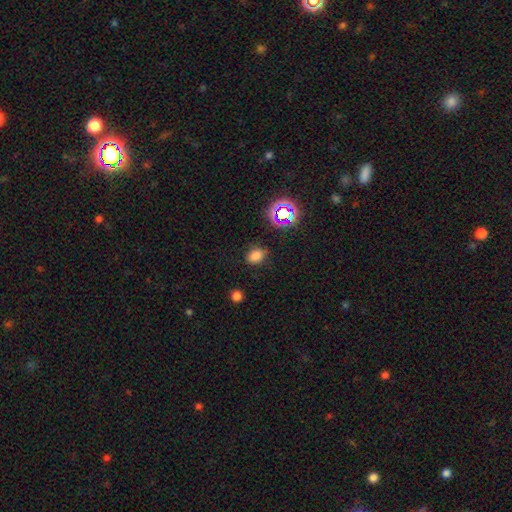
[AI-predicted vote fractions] Smooth or featured?
  - smooth: 74% *
  - star or artifact: 20%
  - featured or disk: 6%
How rounded?
  - in between: 63% *
  - round: 35%
  - cigar-shaped: 1%
Merging?
  - none: 78% *
  - minor disturbance: 15%
  - major disturbance: 4%
  - merger: 2%